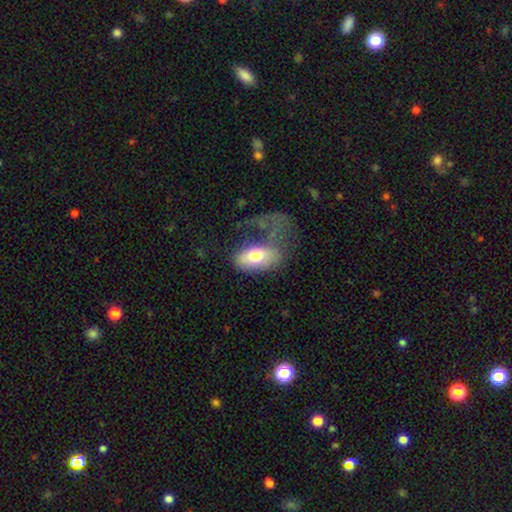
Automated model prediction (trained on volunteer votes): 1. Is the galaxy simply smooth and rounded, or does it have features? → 69% smooth, 24% featured or disk, 7% star or artifact.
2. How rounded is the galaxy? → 90% in between, 7% round, 3% cigar-shaped.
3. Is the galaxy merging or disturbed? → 51% major disturbance, 25% none, 20% minor disturbance, 4% merger.